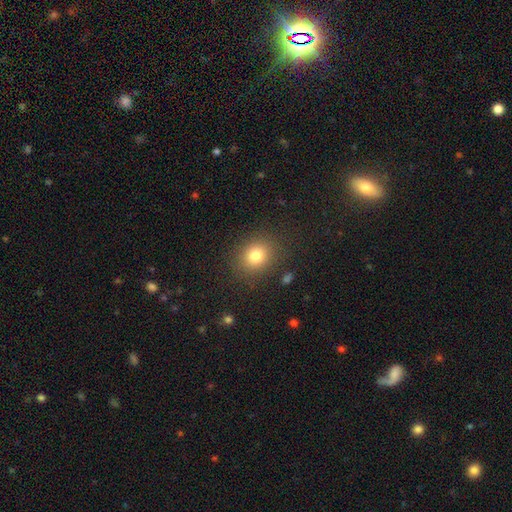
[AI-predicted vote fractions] This appears to be a smooth galaxy with no disk features (80%) that is round (65%). Merging: none (85%).